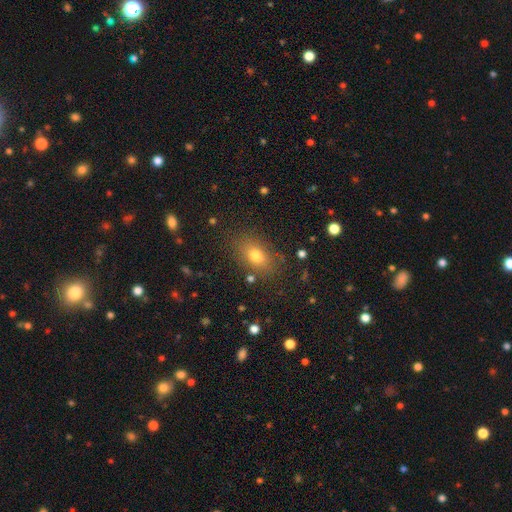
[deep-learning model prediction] smooth-or-featured: smooth: 75% | star or artifact: 13% | featured or disk: 12%
  how-rounded: in between: 79% | round: 18% | cigar-shaped: 3%
  merging: none: 82% | minor disturbance: 11% | major disturbance: 4% | merger: 2%